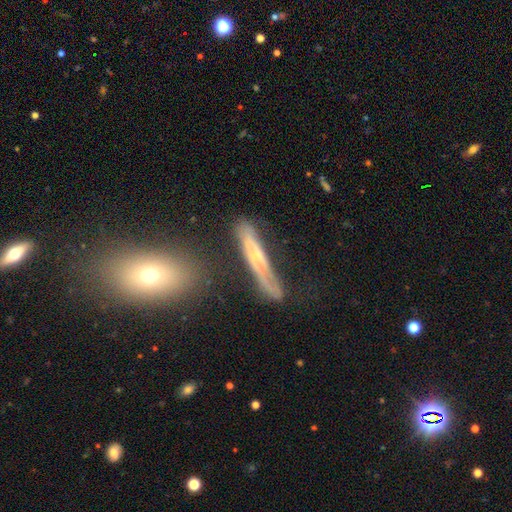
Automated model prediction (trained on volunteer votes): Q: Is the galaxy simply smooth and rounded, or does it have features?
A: featured or disk — 61%.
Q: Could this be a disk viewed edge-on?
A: yes — 68%.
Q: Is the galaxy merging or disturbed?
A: none — 59%.